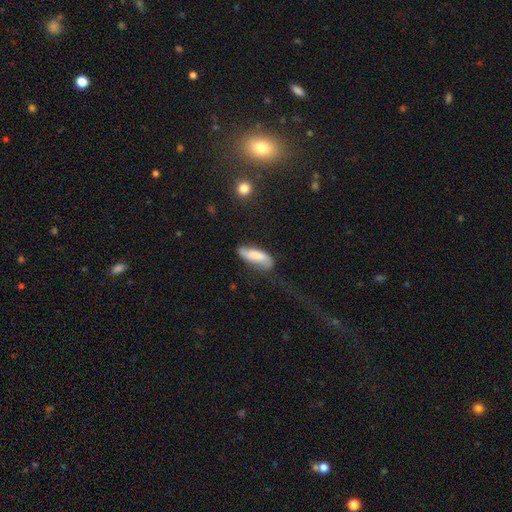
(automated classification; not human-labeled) smooth-or-featured: smooth: 74% | featured or disk: 20% | star or artifact: 6%
  how-rounded: in between: 57% | cigar-shaped: 41% | round: 2%
  merging: none: 55% | minor disturbance: 28% | major disturbance: 14% | merger: 3%